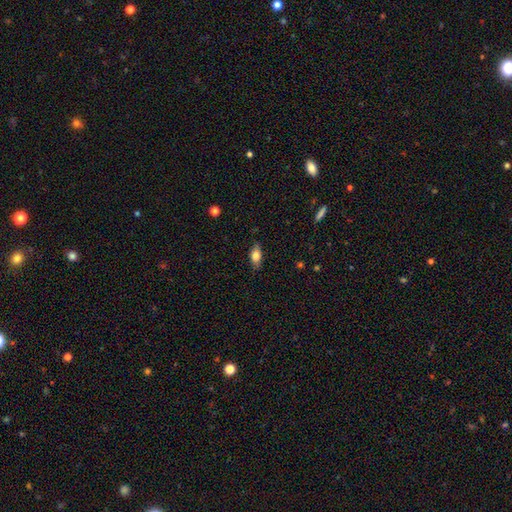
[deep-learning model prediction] smooth-or-featured: smooth: 75% | featured or disk: 17% | star or artifact: 8%
  how-rounded: in between: 83% | cigar-shaped: 12% | round: 5%
  merging: none: 81% | minor disturbance: 15% | major disturbance: 3% | merger: 1%